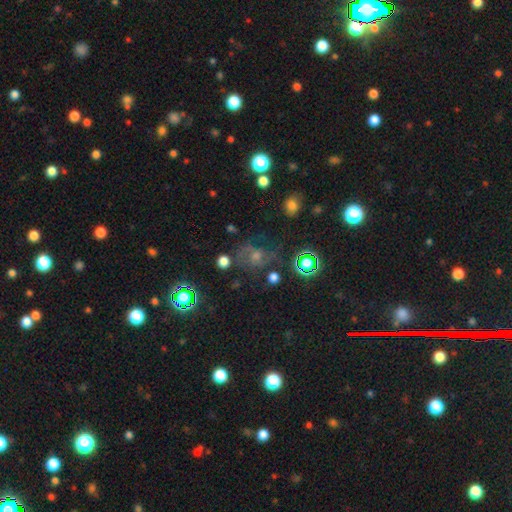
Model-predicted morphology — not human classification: Smooth or featured? Predicted: featured or disk (p=0.37). Merging? Predicted: none (p=0.61).